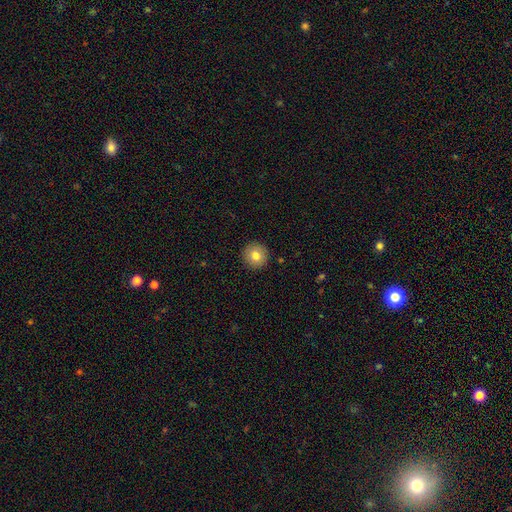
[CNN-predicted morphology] A smooth galaxy with no disk features (79%) that is round (96%). Merging: none (92%).